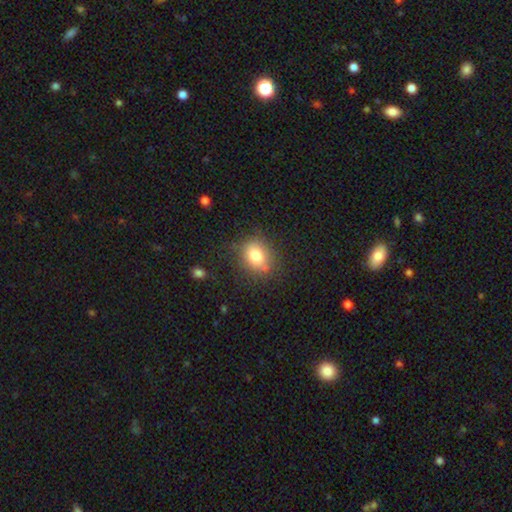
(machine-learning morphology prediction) This is likely a smooth galaxy (78%). How rounded: possibly round (50%). Merging: likely none (76%).